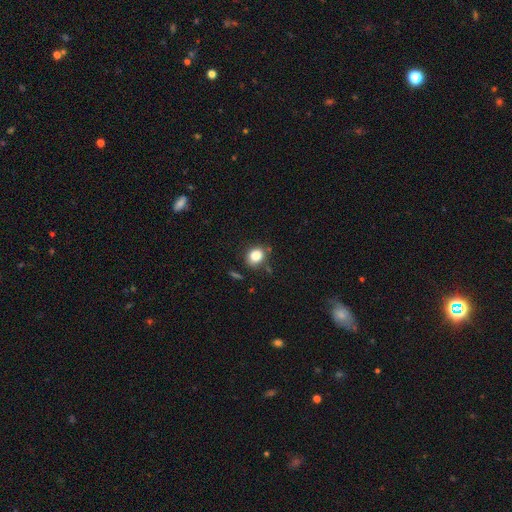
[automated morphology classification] Smooth or featured? Predicted: smooth (p=0.85). How rounded? Predicted: round (p=0.57). Merging? Predicted: none (p=0.75).